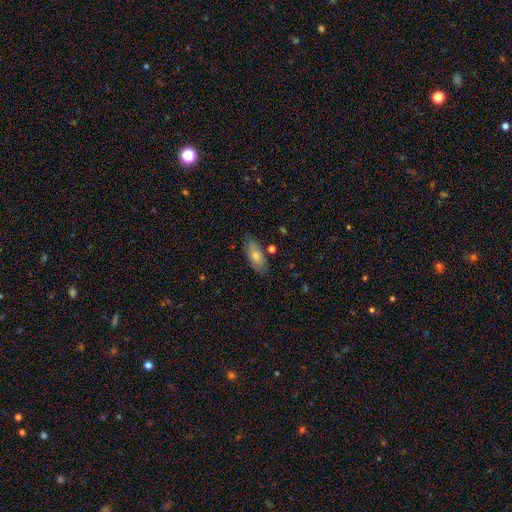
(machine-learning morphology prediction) Q: Smooth or featured?
A: smooth (68%); runner-up: featured or disk (24%)
Q: How rounded?
A: in between (79%); runner-up: cigar-shaped (18%)
Q: Merging?
A: none (83%); runner-up: minor disturbance (13%)